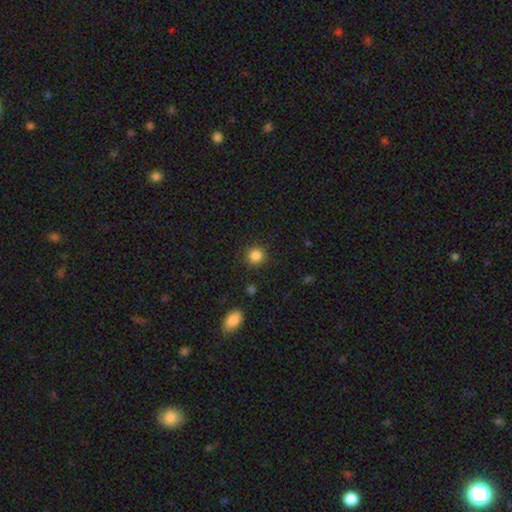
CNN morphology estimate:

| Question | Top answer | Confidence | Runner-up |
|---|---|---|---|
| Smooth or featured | smooth | 85% | star or artifact (11%) |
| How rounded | round | 90% | in between (9%) |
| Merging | none | 88% | minor disturbance (8%) |